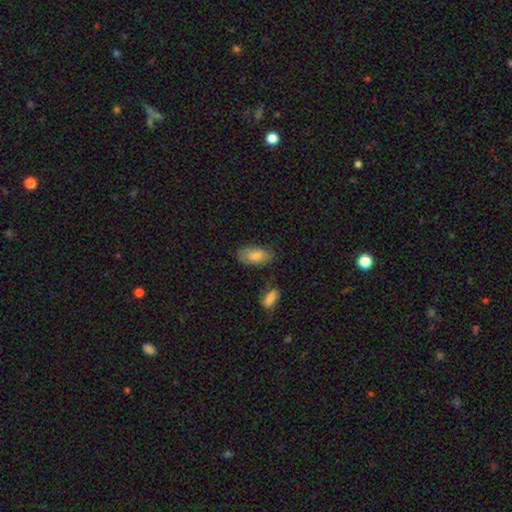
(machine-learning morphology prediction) smooth-or-featured: smooth: 78% | featured or disk: 15% | star or artifact: 7%
  how-rounded: in between: 93% | round: 4% | cigar-shaped: 4%
  merging: none: 68% | minor disturbance: 22% | major disturbance: 6% | merger: 4%